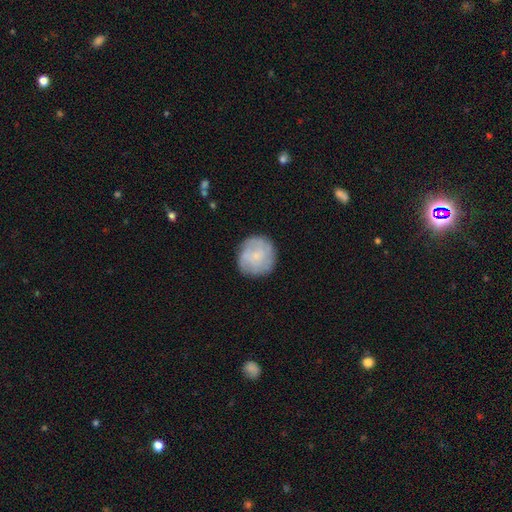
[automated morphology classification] Smooth or featured? Predicted: smooth (p=0.55). How rounded? Predicted: round (p=0.91). Merging? Predicted: none (p=0.78).